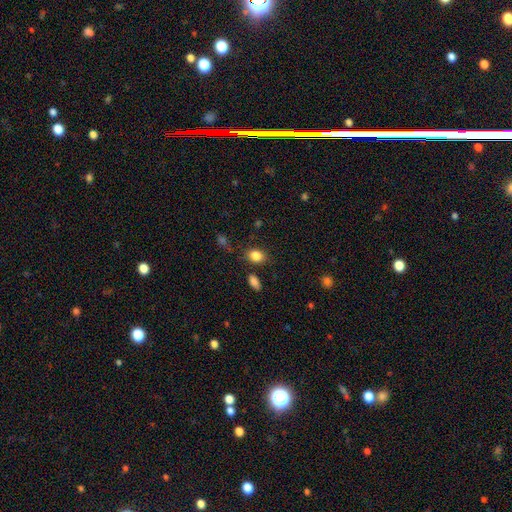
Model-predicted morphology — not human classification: This is clearly a smooth galaxy (85%). How rounded: likely in between (64%). Merging: clearly none (80%).